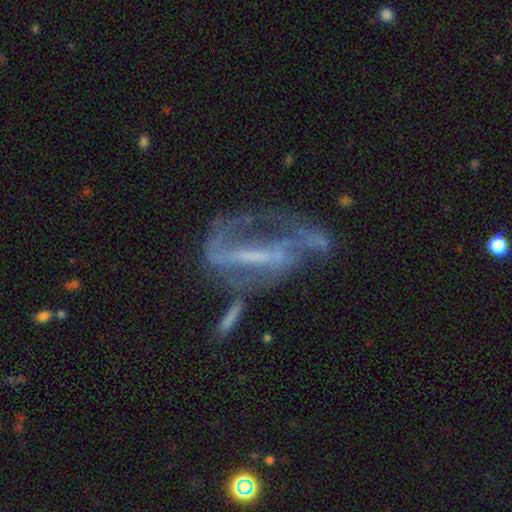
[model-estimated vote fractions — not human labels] smooth-or-featured: featured or disk: 76% | smooth: 12% | star or artifact: 12%
  disk-edge-on: no: 88% | yes: 12%
    bar: strong: 49% | weak: 30% | no: 21%
    has-spiral-arms: yes: 65% | no: 35%
    bulge-size: none: 42% | small: 37% | moderate: 17% | large: 3% | dominant: 1%
  merging: major disturbance: 38% | none: 30% | minor disturbance: 18% | merger: 14%